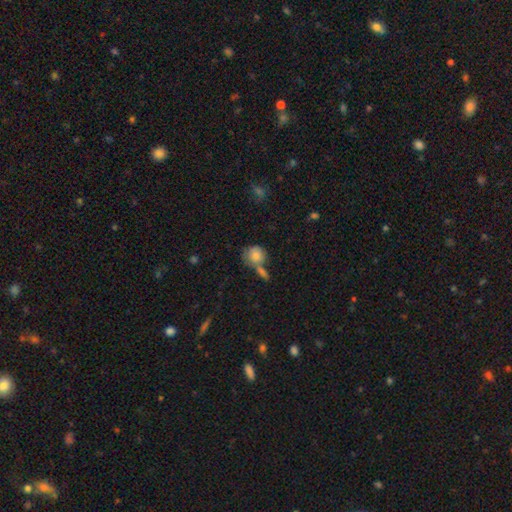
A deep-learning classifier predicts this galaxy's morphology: Smooth or featured: smooth — 79% (featured or disk — 12%)
How rounded: round — 77% (in between — 21%)
Merging: none — 41% (merger — 39%)